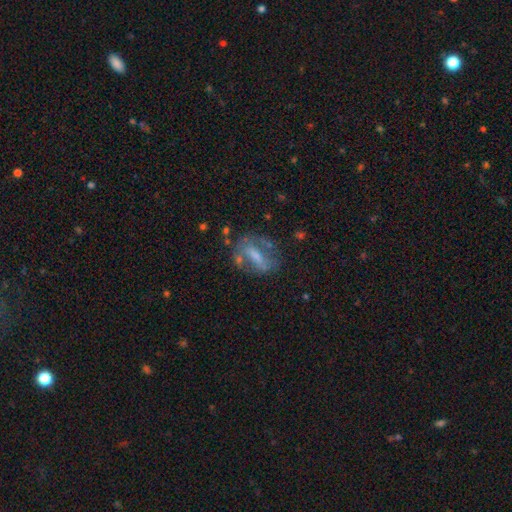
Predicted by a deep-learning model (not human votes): Overall: featured or disk (57%; smooth 32%). Edge-on disk: no (86%). Merging: none (58%; minor disturbance 20%).